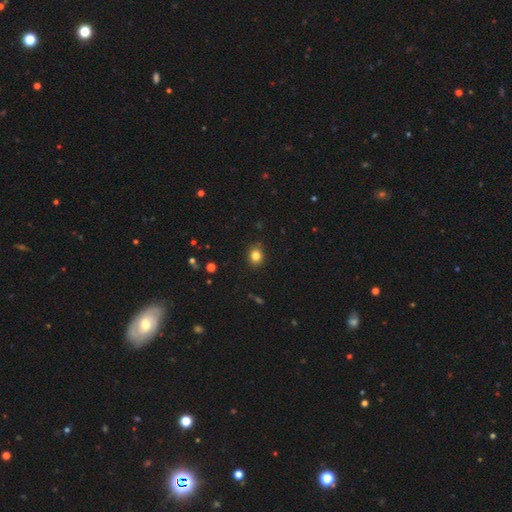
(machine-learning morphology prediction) Smooth or featured?
  - smooth: 83% *
  - star or artifact: 11%
  - featured or disk: 5%
How rounded?
  - round: 64% *
  - in between: 35%
  - cigar-shaped: 1%
Merging?
  - none: 88% *
  - minor disturbance: 9%
  - major disturbance: 2%
  - merger: 1%